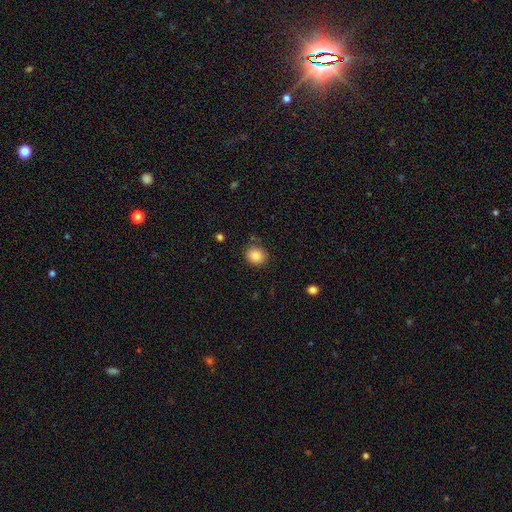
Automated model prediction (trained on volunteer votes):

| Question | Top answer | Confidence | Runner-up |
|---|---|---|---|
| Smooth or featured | smooth | 86% | star or artifact (9%) |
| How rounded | round | 79% | in between (20%) |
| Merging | none | 85% | minor disturbance (10%) |